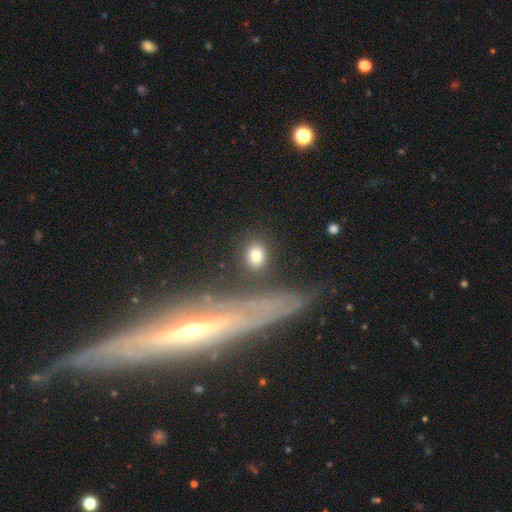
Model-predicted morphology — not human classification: Overall: smooth (81%). How rounded: round (53%; in between 45%). Merging: none (82%).